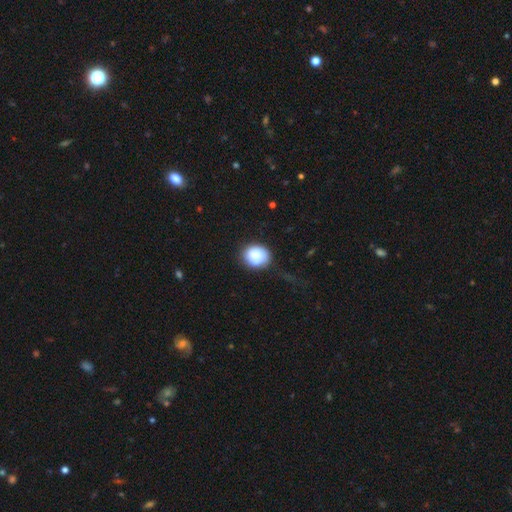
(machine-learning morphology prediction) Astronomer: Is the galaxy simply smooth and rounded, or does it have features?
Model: smooth — 82%.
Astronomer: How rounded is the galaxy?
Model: round — 75%.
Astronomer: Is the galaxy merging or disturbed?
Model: none — 65%.